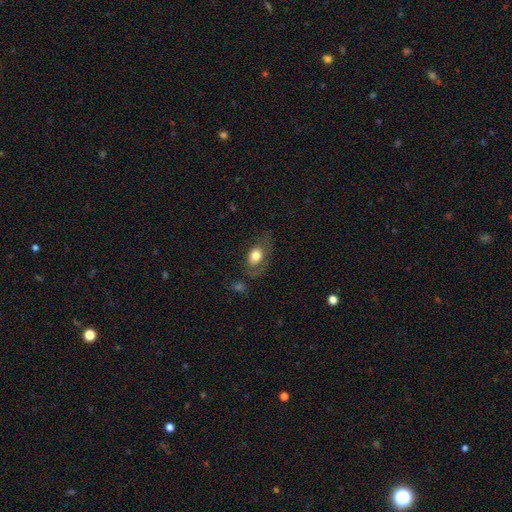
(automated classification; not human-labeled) This is likely a smooth galaxy (73%). How rounded: clearly in between (82%). Merging: possibly none (55%).